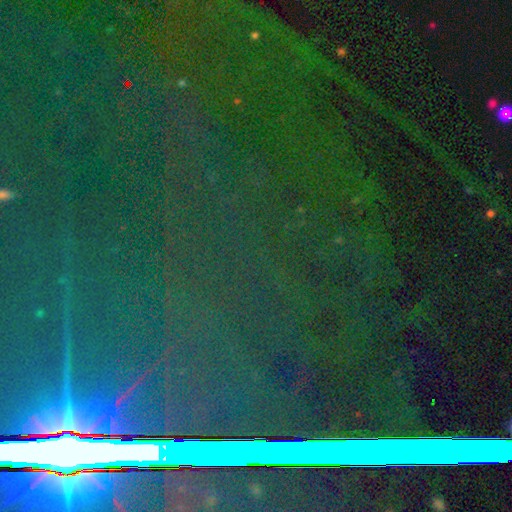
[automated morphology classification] smooth_or_featured: star or artifact (p=0.84) [alt: smooth p=0.08]